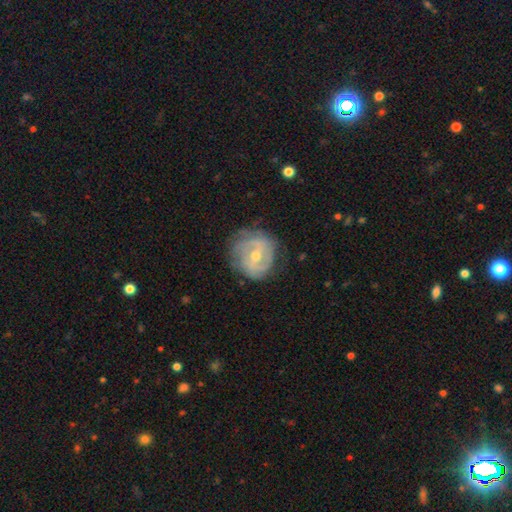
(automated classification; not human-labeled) This appears to be a featured or disk galaxy (72%) with a weak bar (44%), tight (54%) spiral arms (76%) and a moderate central bulge (60%). Merging: none (66%).